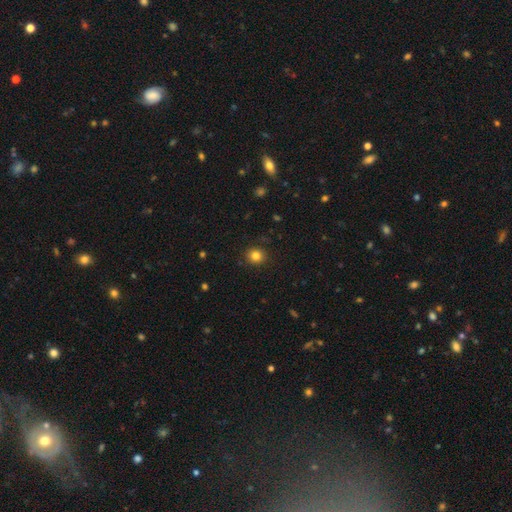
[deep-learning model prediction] This appears to be a smooth galaxy with no disk features (82%) that is round (87%). Merging: none (89%).